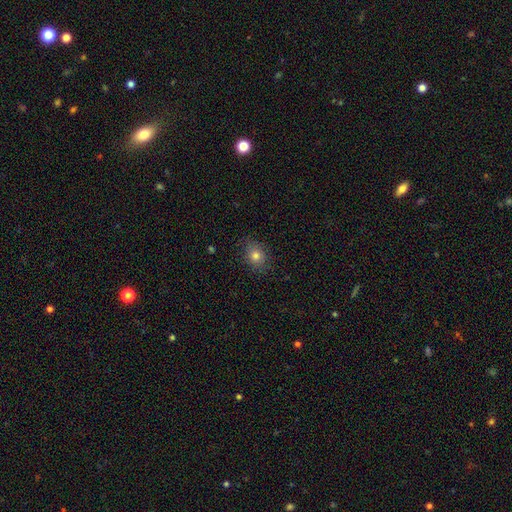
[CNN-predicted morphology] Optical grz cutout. It shows a smooth galaxy with no disk features (79%) that is round (52%). Merging: none (82%).